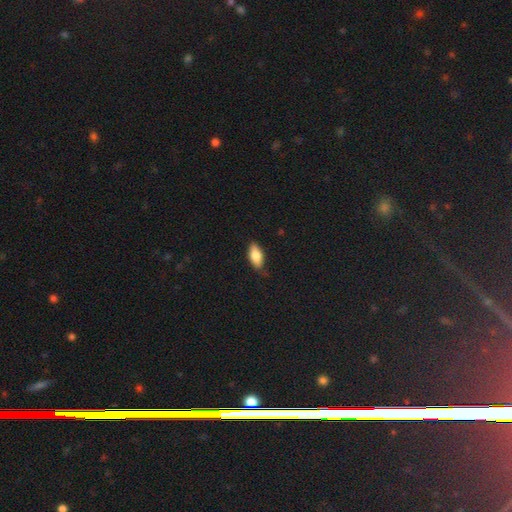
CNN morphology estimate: smooth 78%, featured or disk 15%, star or artifact 6%. Down the decision tree: how rounded — in between (87%); merging — none (79%).